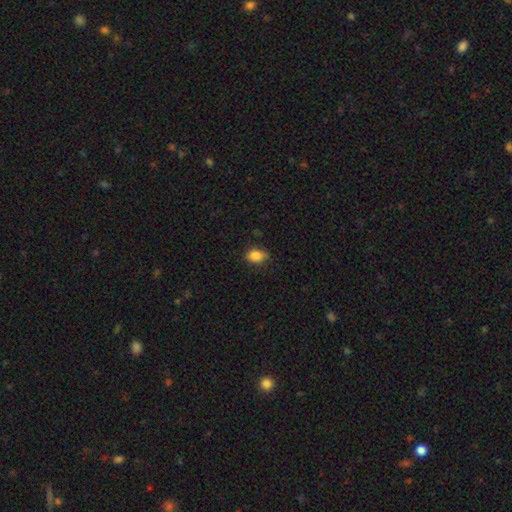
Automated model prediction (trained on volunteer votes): A smooth galaxy with no disk features (86%) that is in between round and cigar-shaped (71%).

Vote fractions:
- Smooth or featured? smooth: 86% / star or artifact: 9% / featured or disk: 4%
- How rounded? in between: 71% / round: 28% / cigar-shaped: 1%
- Merging? none: 77% / minor disturbance: 19% / major disturbance: 3% / merger: 1%